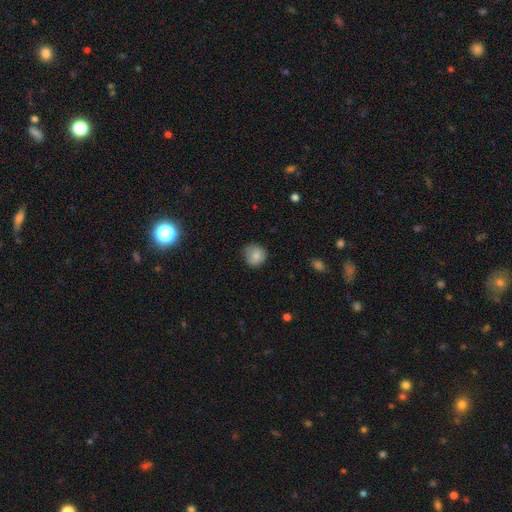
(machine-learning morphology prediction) This is clearly a smooth galaxy (82%). How rounded: clearly round (88%). Merging: likely none (74%).